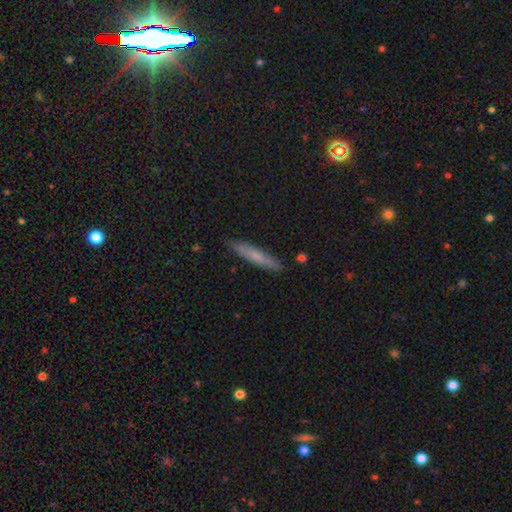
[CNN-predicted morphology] A smooth galaxy with no disk features (65%) that is cigar-shaped (92%). Merging: none (88%).